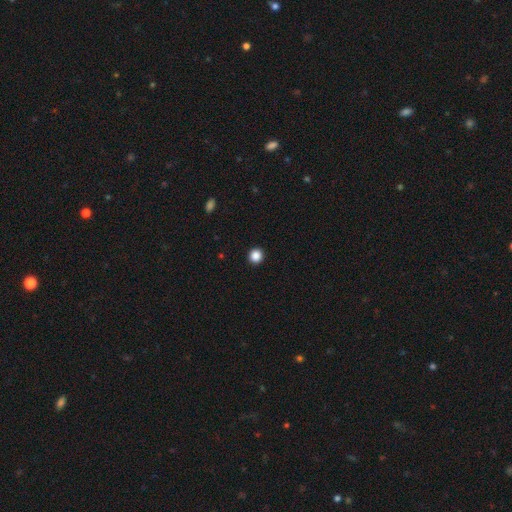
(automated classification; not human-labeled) Smooth or featured?
  - smooth: 87% *
  - star or artifact: 10%
  - featured or disk: 2%
How rounded?
  - round: 93% *
  - in between: 6%
  - cigar-shaped: 1%
Merging?
  - none: 94% *
  - minor disturbance: 4%
  - major disturbance: 1%
  - merger: 1%